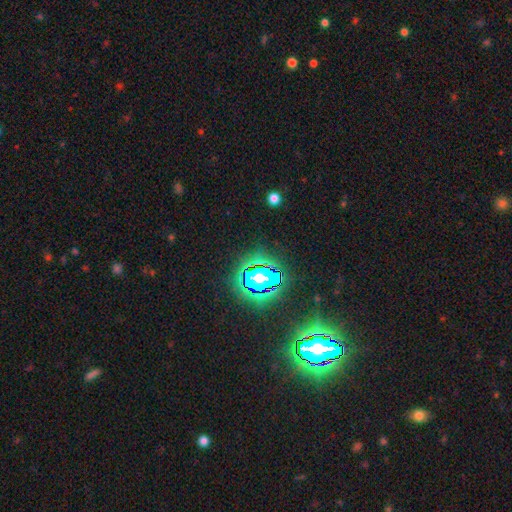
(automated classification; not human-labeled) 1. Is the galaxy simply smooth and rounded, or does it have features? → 82% star or artifact, 11% smooth, 7% featured or disk.